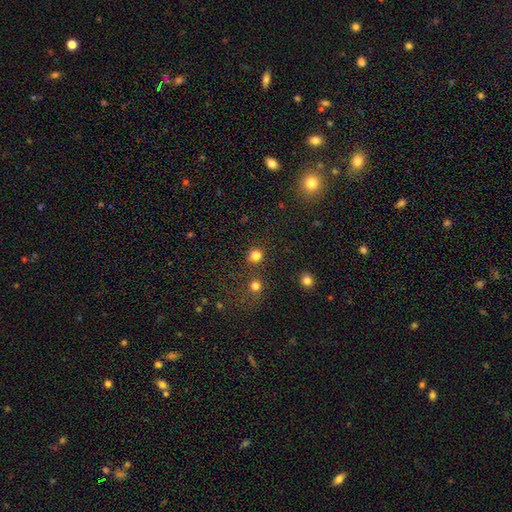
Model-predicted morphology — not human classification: Overall: smooth (81%). How rounded: round (90%). Merging: none (82%).